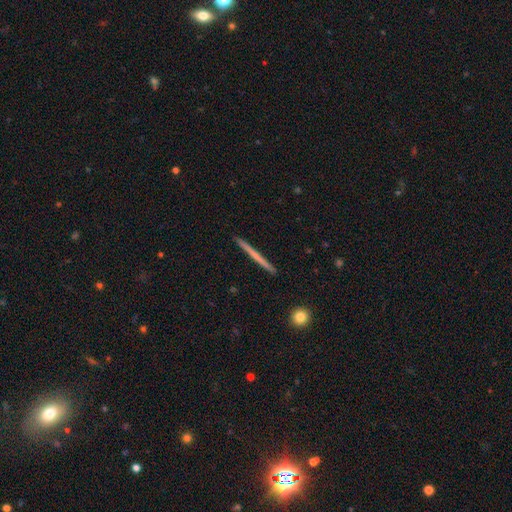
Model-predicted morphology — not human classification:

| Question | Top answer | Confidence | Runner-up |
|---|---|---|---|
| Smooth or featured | featured or disk | 52% | smooth (42%) |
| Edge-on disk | yes | 98% | no (2%) |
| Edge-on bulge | none | 83% | rounded (14%) |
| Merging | none | 93% | minor disturbance (5%) |